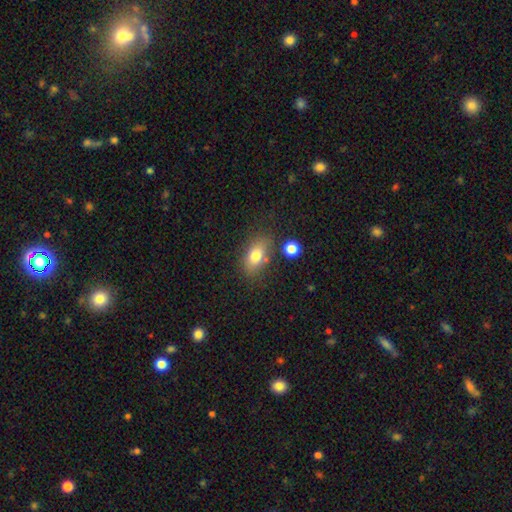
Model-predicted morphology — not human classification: Smooth or featured: smooth — 77% (featured or disk — 14%)
How rounded: in between — 83% (round — 11%)
Merging: none — 70% (minor disturbance — 16%)